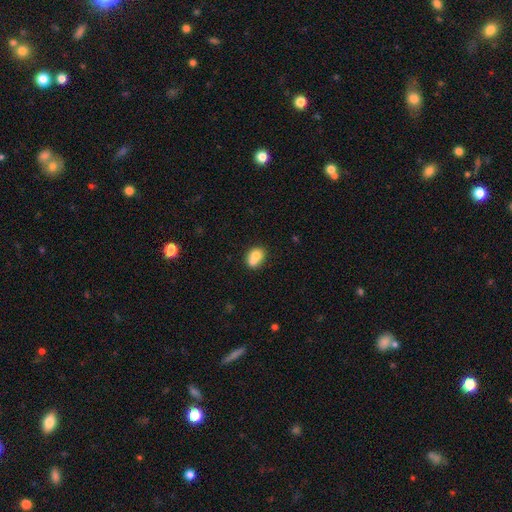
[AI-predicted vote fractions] Q: Smooth or featured?
A: smooth (73%); runner-up: featured or disk (18%)
Q: How rounded?
A: in between (53%); runner-up: round (46%)
Q: Merging?
A: merger (46%); runner-up: none (37%)